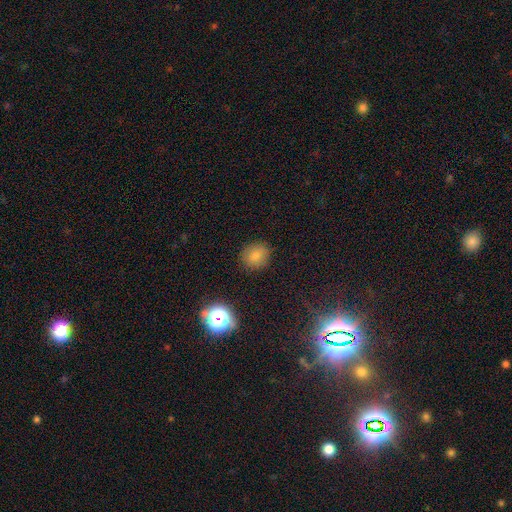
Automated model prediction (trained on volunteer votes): This is likely a smooth galaxy (79%). How rounded: likely round (79%). Merging: clearly none (87%).